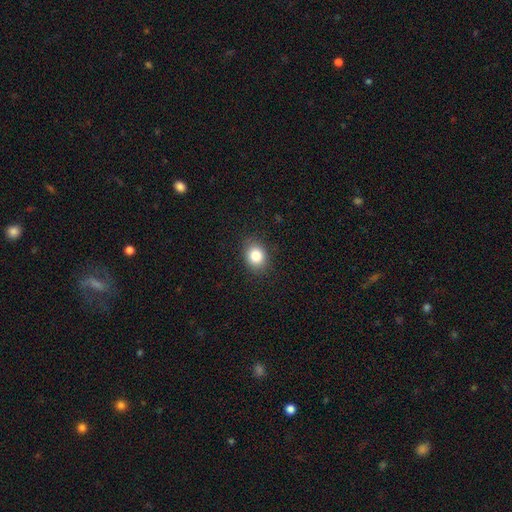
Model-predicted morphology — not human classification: Smooth or featured?
  - smooth: 84% *
  - star or artifact: 10%
  - featured or disk: 6%
How rounded?
  - round: 50% *
  - in between: 49%
  - cigar-shaped: 1%
Merging?
  - none: 87% *
  - minor disturbance: 10%
  - major disturbance: 3%
  - merger: 1%